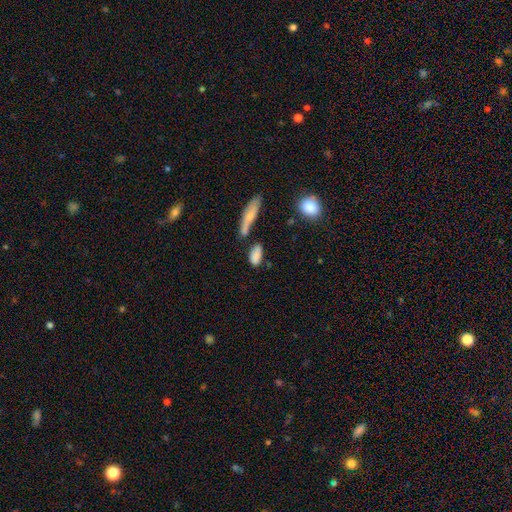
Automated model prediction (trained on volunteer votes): Smooth or featured?
  - smooth: 83% *
  - featured or disk: 9%
  - star or artifact: 8%
How rounded?
  - in between: 83% *
  - cigar-shaped: 13%
  - round: 4%
Merging?
  - none: 51% *
  - merger: 24%
  - minor disturbance: 18%
  - major disturbance: 7%